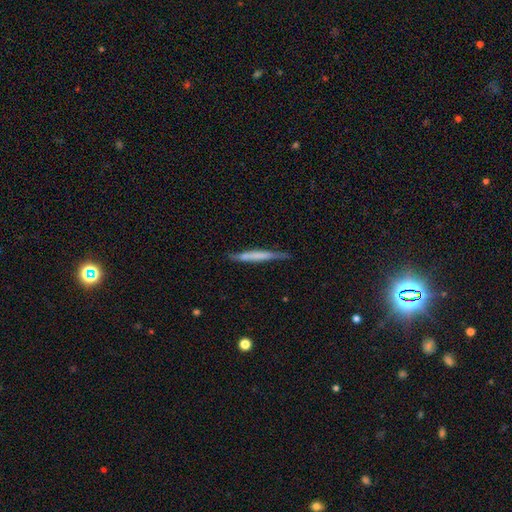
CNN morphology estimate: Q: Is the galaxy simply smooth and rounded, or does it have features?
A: smooth — 50%.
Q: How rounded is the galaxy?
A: cigar-shaped — 96%.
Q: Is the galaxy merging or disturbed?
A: none — 77%.